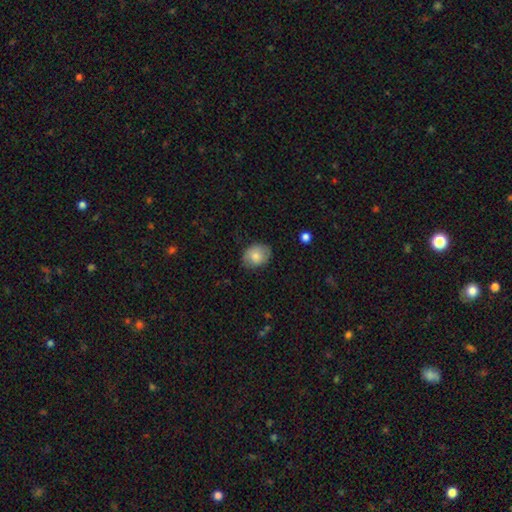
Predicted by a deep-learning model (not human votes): Q: Smooth or featured?
A: smooth (76%); runner-up: featured or disk (17%)
Q: How rounded?
A: in between (53%); runner-up: round (46%)
Q: Merging?
A: none (74%); runner-up: minor disturbance (20%)